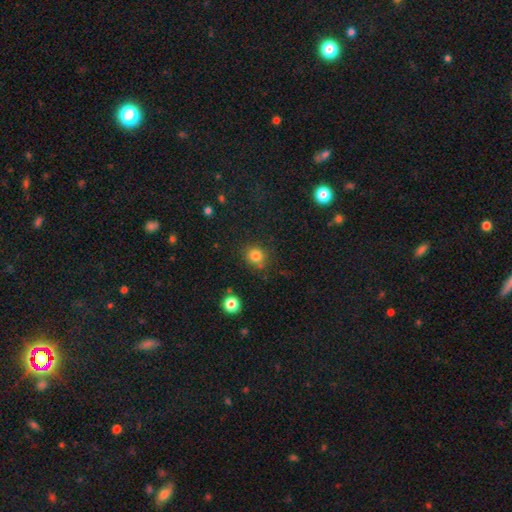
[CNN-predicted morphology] A smooth galaxy with no disk features (82%) that is round (85%).

Vote fractions:
- Smooth or featured? smooth: 82% / star or artifact: 13% / featured or disk: 5%
- How rounded? round: 85% / in between: 14% / cigar-shaped: 1%
- Merging? none: 81% / minor disturbance: 12% / major disturbance: 4% / merger: 3%